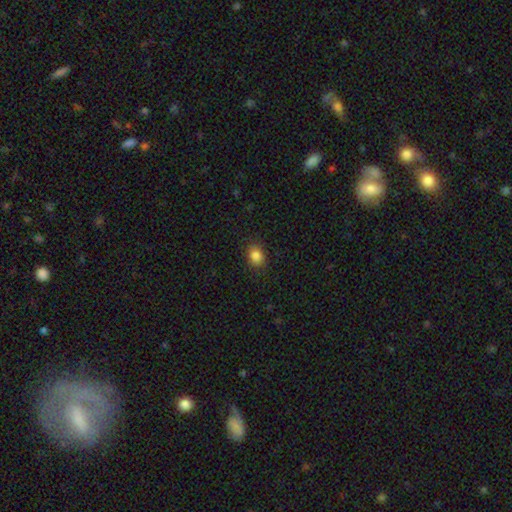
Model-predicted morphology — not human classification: Q: Smooth or featured?
A: smooth (86%); runner-up: star or artifact (10%)
Q: How rounded?
A: in between (54%); runner-up: round (45%)
Q: Merging?
A: none (86%); runner-up: minor disturbance (10%)